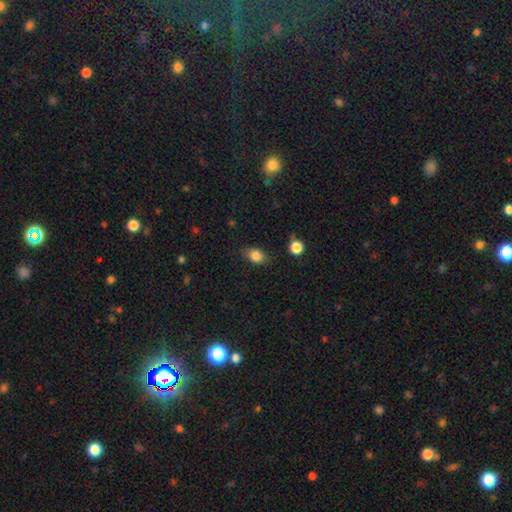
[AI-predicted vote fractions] This appears to be a smooth galaxy with no disk features (83%) that is in between round and cigar-shaped (75%). Merging: none (77%).